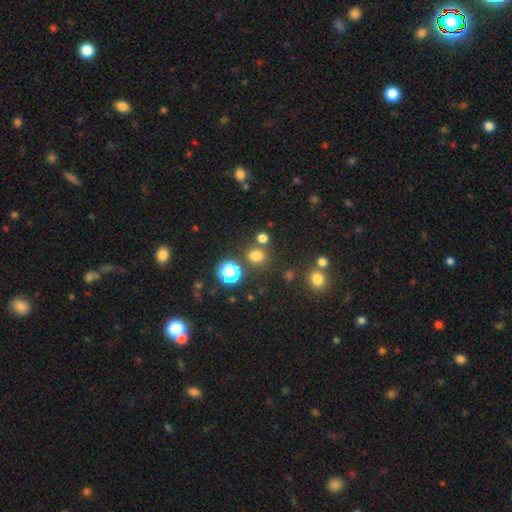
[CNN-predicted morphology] This is likely a smooth galaxy (71%). How rounded: likely round (70%). Merging: likely none (72%).